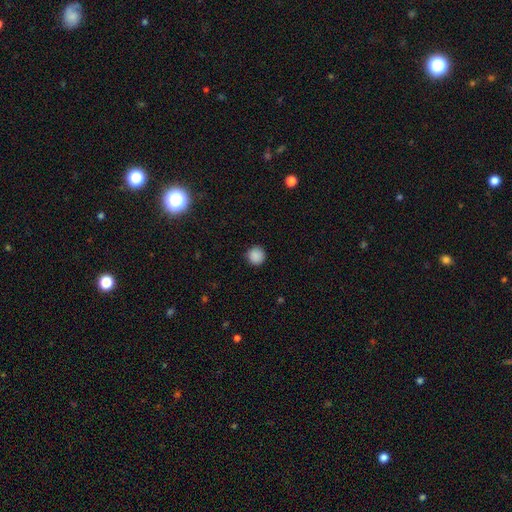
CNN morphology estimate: smooth-or-featured: smooth: 88% | star or artifact: 9% | featured or disk: 2%
  how-rounded: round: 96% | in between: 3% | cigar-shaped: 1%
  merging: none: 92% | minor disturbance: 6% | major disturbance: 2% | merger: 1%